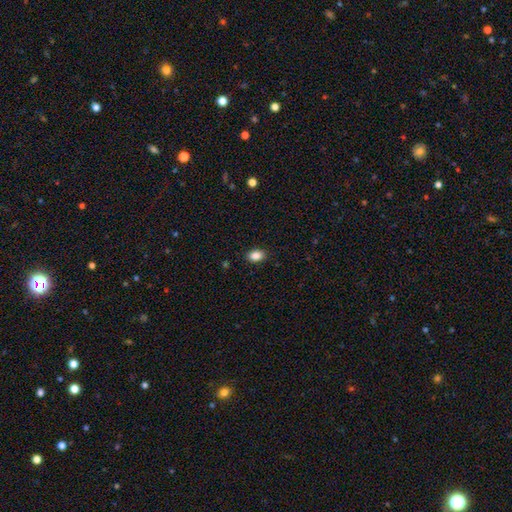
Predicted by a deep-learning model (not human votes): A smooth galaxy with no disk features (88%) that is in between round and cigar-shaped (82%). Merging: none (88%).